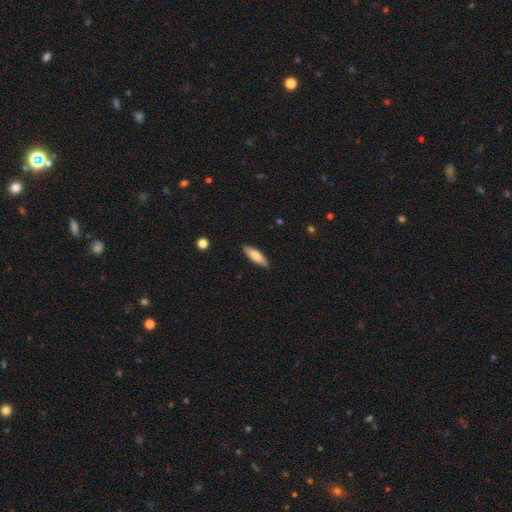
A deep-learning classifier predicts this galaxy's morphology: This appears to be a smooth galaxy with no disk features (76%) that is cigar-shaped (51%). Merging: none (87%).